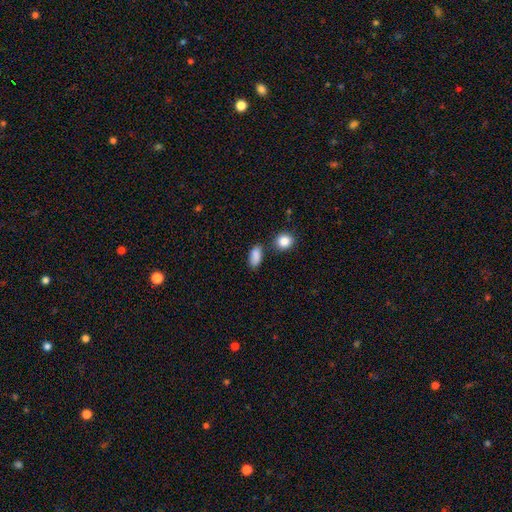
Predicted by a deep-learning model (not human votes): This appears to be a smooth galaxy with no disk features (87%) that is in between round and cigar-shaped (86%). Merging: none (66%).